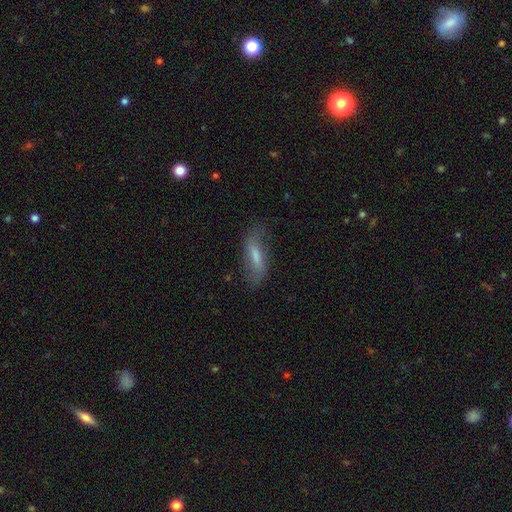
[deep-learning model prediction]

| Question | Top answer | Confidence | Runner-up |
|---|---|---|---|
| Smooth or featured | featured or disk | 47% | smooth (44%) |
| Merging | none | 69% | minor disturbance (21%) |